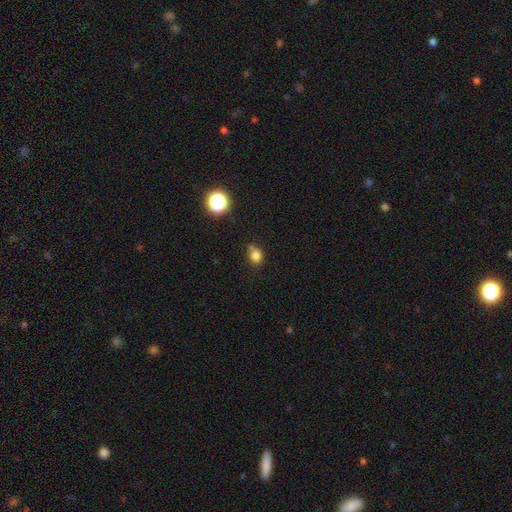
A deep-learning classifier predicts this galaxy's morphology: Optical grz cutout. It shows a smooth galaxy with no disk features (79%) that is round (71%). Merging: none (59%).